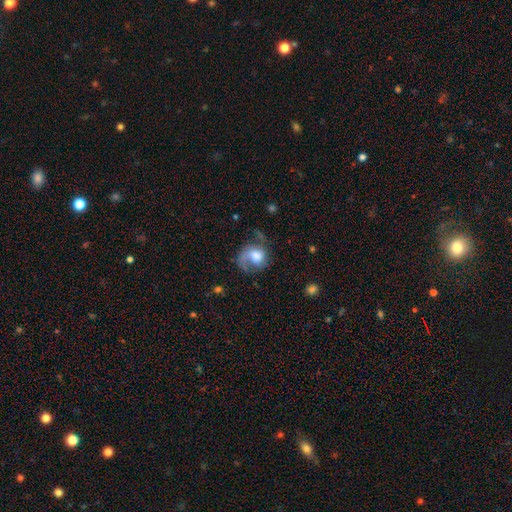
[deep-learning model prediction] A featured or disk galaxy (56%) with no bar (70%), spiral arms (85%) and a large central bulge (42%). Merging: none (43%).